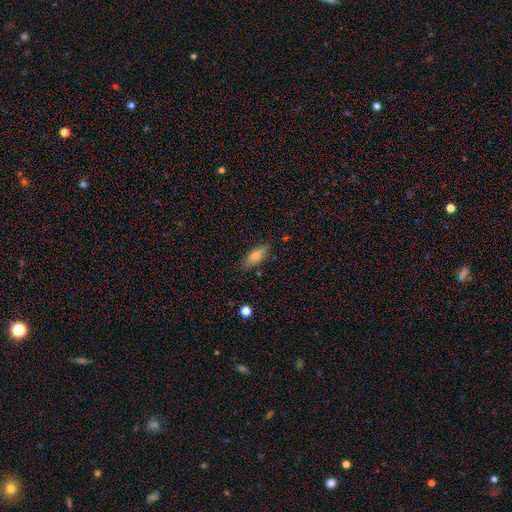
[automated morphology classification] smooth_or_featured: smooth (p=0.65) [alt: featured or disk p=0.27]
how_rounded: in between (p=0.56) [alt: cigar-shaped p=0.41]
merging: none (p=0.81) [alt: minor disturbance p=0.14]